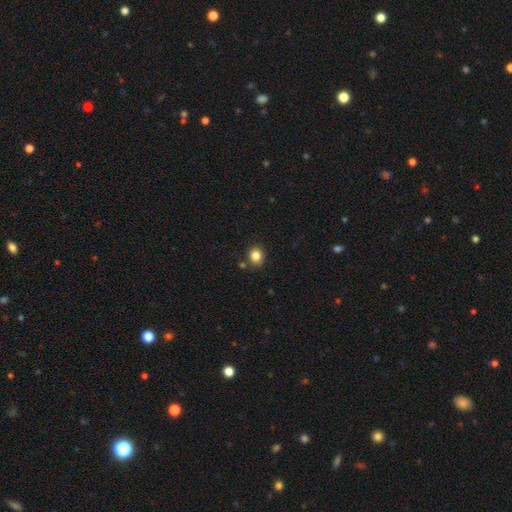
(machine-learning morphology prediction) smooth-or-featured: smooth: 83% | star or artifact: 11% | featured or disk: 6%
  how-rounded: round: 72% | in between: 27% | cigar-shaped: 1%
  merging: none: 81% | minor disturbance: 11% | merger: 6% | major disturbance: 3%